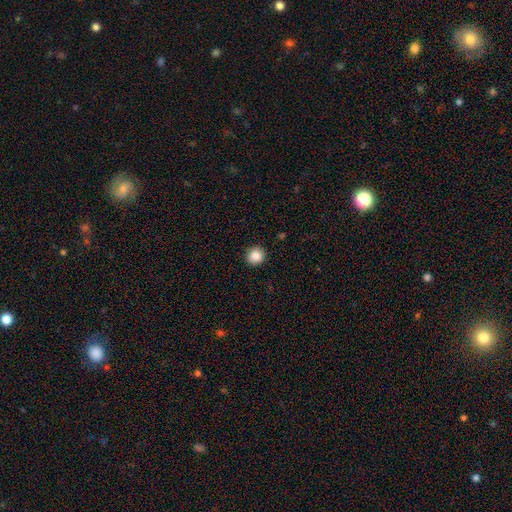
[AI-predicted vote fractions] This appears to be a smooth galaxy with no disk features (86%) that is round (92%). Merging: none (93%).